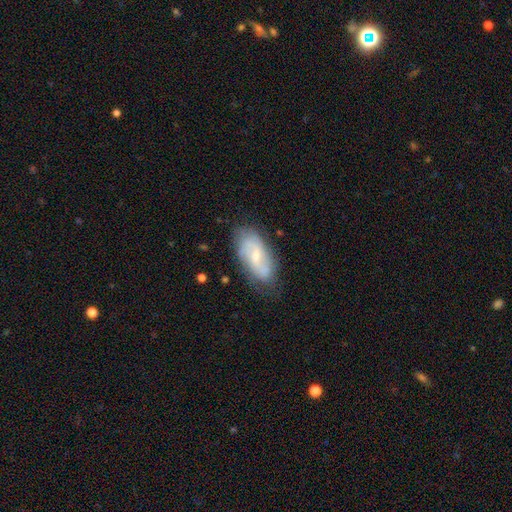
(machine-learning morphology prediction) Smooth or featured? featured or disk (64%)
Edge-on disk? no (93%)
Bar? weak (51%)
Spiral arms? yes (85%)
Spiral winding? medium (40%)
Spiral arm count? 2 (61%)
Bulge size? small (62%)
Merging? none (73%)